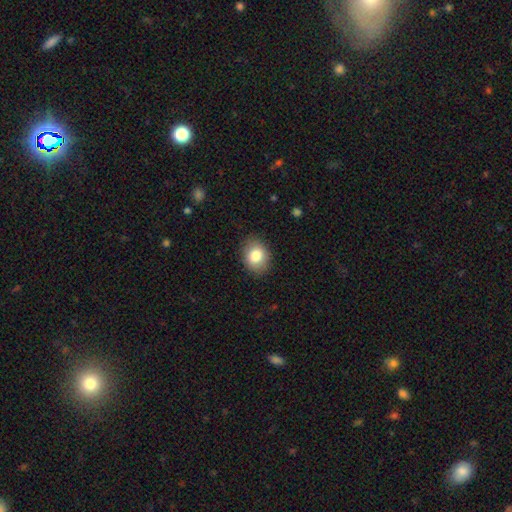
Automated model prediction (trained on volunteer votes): The model was most divided on "how rounded": in between: 57%, round: 42%, cigar-shaped: 1%. More confident: merging — none (86%); smooth or featured — smooth (83%).